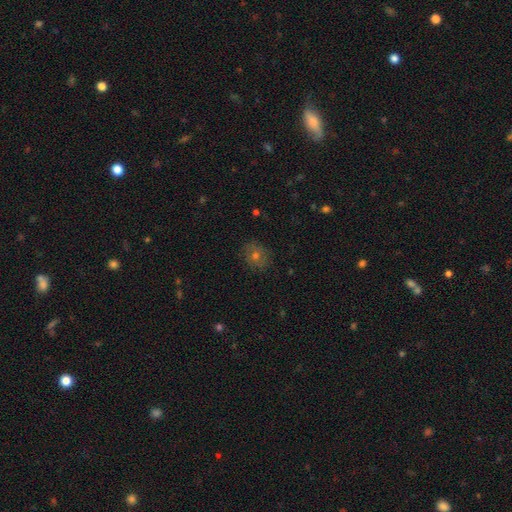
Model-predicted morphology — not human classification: This appears to be a smooth galaxy with no disk features (56%) that is round (71%). Merging: none (84%).